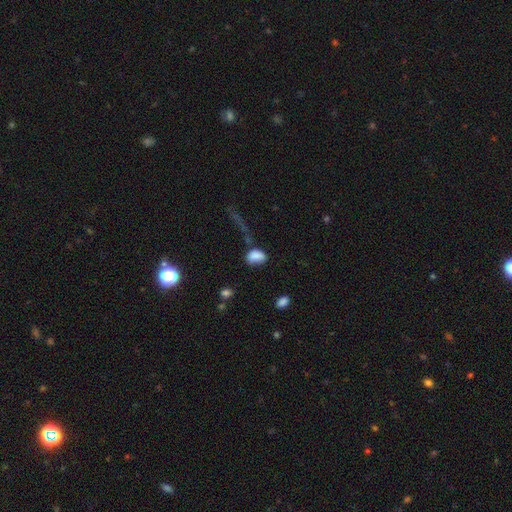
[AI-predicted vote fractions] Smooth or featured: smooth — 82% (star or artifact — 10%)
How rounded: in between — 84% (round — 14%)
Merging: none — 42% (minor disturbance — 30%)